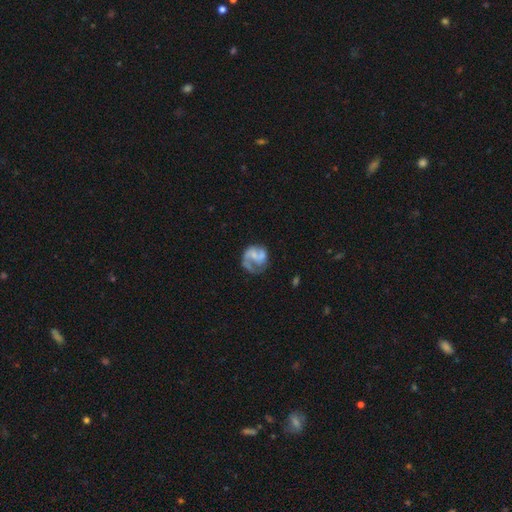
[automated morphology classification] A featured or disk galaxy (62%) with no bar (67%), spiral arms (65%) and no central bulge (40%).

Vote fractions:
- Smooth or featured? featured or disk: 62% / smooth: 30% / star or artifact: 8%
- Edge-on disk? no: 98% / yes: 2%
- Bar? no: 67% / weak: 27% / strong: 7%
- Spiral arms? yes: 65% / no: 35%
- Bulge size? none: 40% / small: 34% / moderate: 20% / large: 4% / dominant: 1%
- Merging? none: 37% / major disturbance: 32% / minor disturbance: 21% / merger: 9%